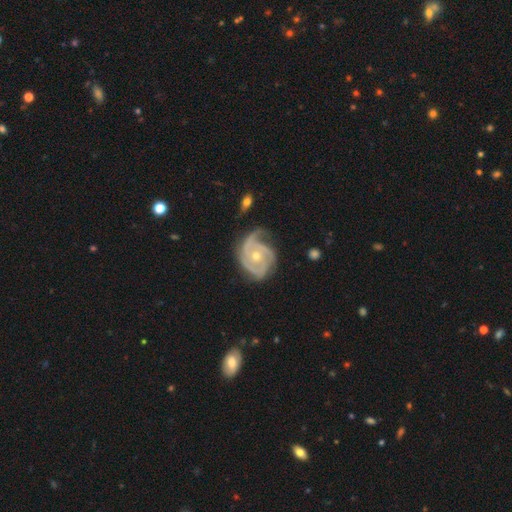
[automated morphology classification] type=featured or disk (88%); edge-on=no (98%); bar=no (76%); spiral arms=yes (96%); winding=tight (58%); arm count=3 (39%); bulge=small (50%); merging=none (51%).